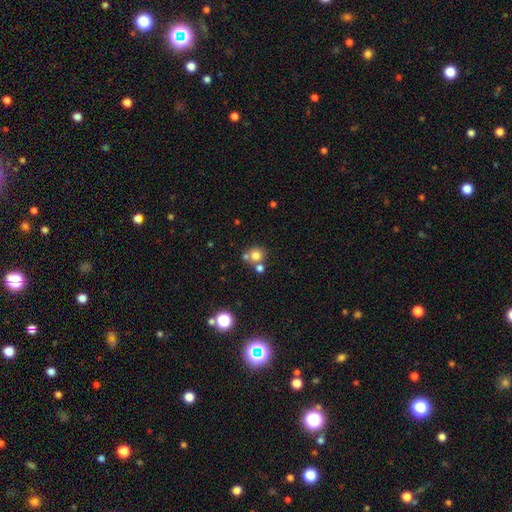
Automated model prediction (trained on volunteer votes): Q: Smooth or featured?
A: smooth (76%); runner-up: star or artifact (14%)
Q: How rounded?
A: round (88%); runner-up: in between (11%)
Q: Merging?
A: none (57%); runner-up: merger (32%)